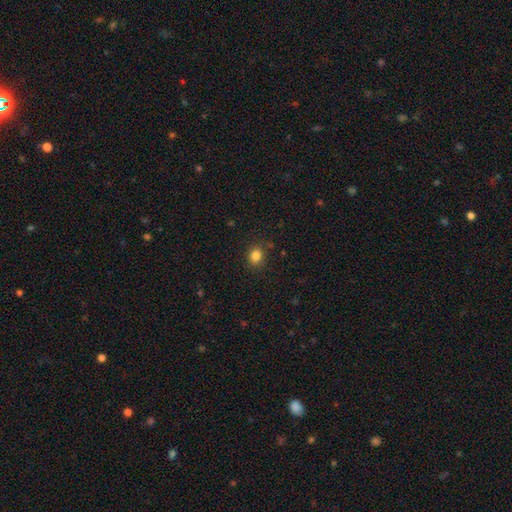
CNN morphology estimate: Q: Smooth or featured?
A: smooth (83%); runner-up: star or artifact (12%)
Q: How rounded?
A: round (66%); runner-up: in between (33%)
Q: Merging?
A: none (86%); runner-up: minor disturbance (9%)